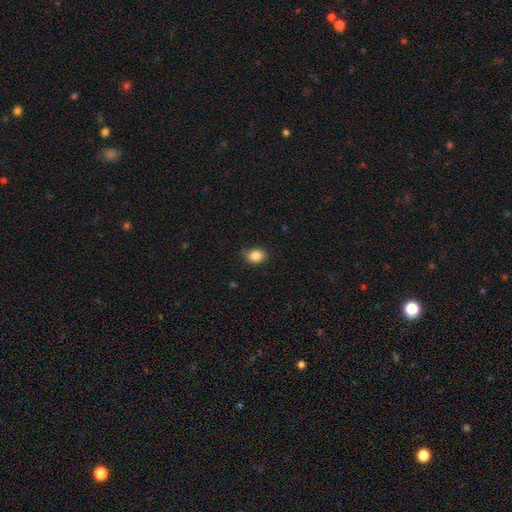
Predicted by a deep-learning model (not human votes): Overall: smooth (85%). How rounded: in between (53%; round 46%). Merging: none (78%).